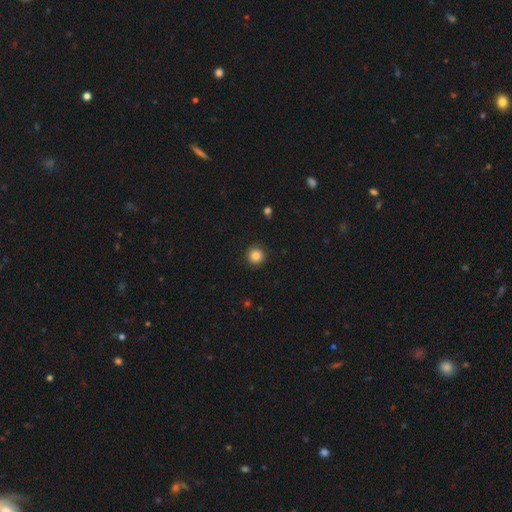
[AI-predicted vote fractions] Morphology: type=smooth (85%); roundness=round (95%); merging=none (92%).